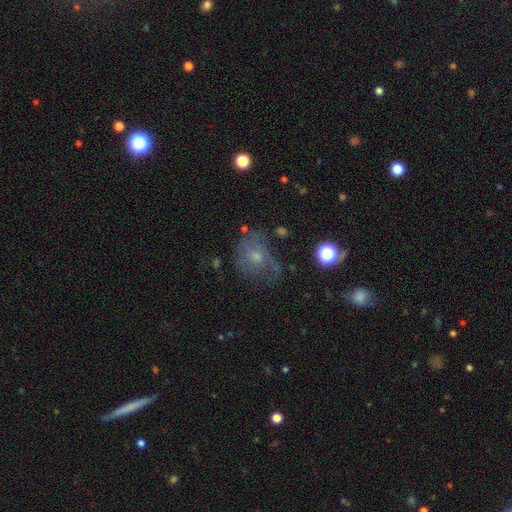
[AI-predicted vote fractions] A smooth galaxy with no disk features (42%).

Vote fractions:
- Smooth or featured? smooth: 42% / featured or disk: 41% / star or artifact: 17%
- Merging? none: 41% / major disturbance: 29% / minor disturbance: 26% / merger: 4%